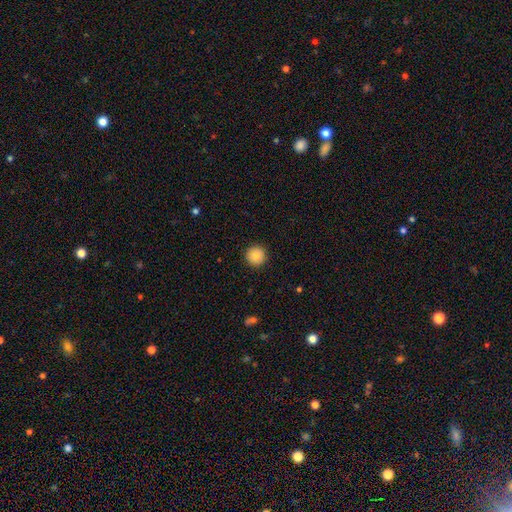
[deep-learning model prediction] Smooth or featured: smooth — 86% (star or artifact — 9%)
How rounded: round — 96% (in between — 3%)
Merging: none — 92% (minor disturbance — 5%)